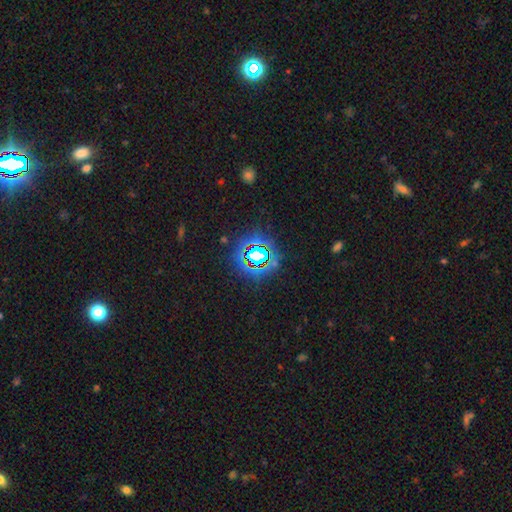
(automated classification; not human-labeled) A star or artifact, not a galaxy (75%).

Vote fractions:
- Smooth or featured? star or artifact: 75% / smooth: 15% / featured or disk: 10%